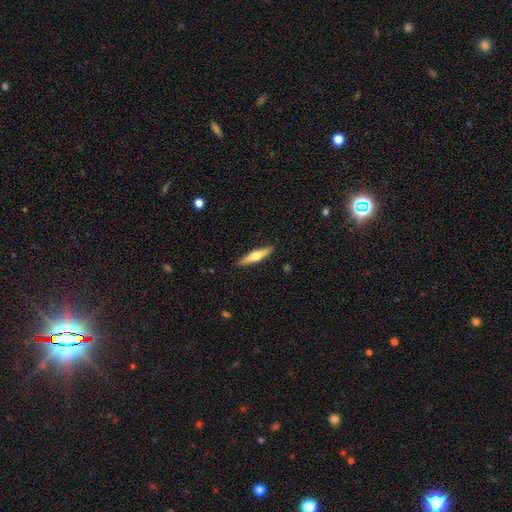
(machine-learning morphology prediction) smooth-or-featured: featured or disk: 50% | smooth: 45% | star or artifact: 5%
  disk-edge-on: yes: 95% | no: 5%
  merging: none: 91% | minor disturbance: 7% | major disturbance: 1% | merger: 1%